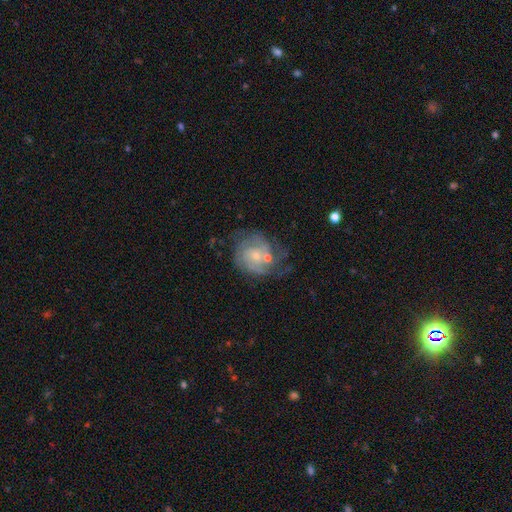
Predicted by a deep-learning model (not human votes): Overall: featured or disk (76%). Edge-on disk: no (98%). Bar: no (71%). Spiral arms: yes (89%). Spiral arm count: can't tell (32%; 2 30%). Spiral winding: tight (56%; medium 34%). Bulge size: small (61%; moderate 32%). Merging: none (47%; minor disturbance 21%).